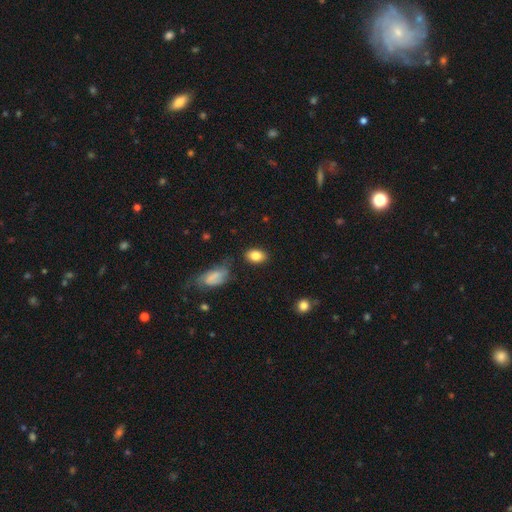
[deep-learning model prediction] This is clearly a smooth galaxy (83%). How rounded: clearly in between (84%). Merging: clearly none (81%).